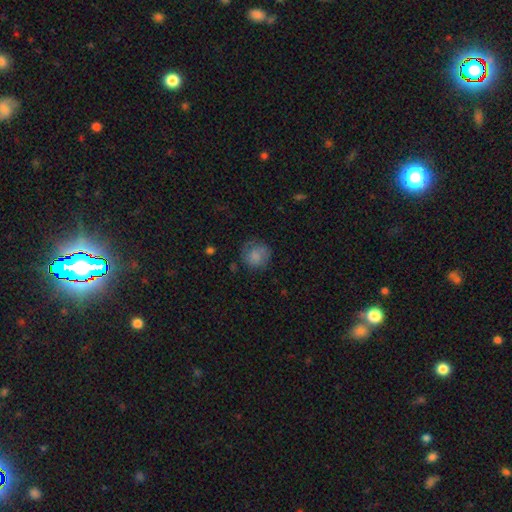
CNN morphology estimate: smooth-or-featured: smooth: 69% | featured or disk: 22% | star or artifact: 9%
  how-rounded: round: 85% | in between: 14% | cigar-shaped: 1%
  merging: none: 68% | minor disturbance: 21% | major disturbance: 10% | merger: 1%